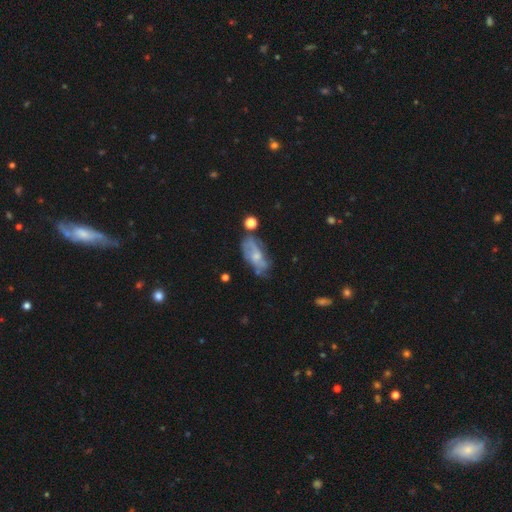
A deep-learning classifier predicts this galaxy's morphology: Smooth or featured?
  - featured or disk: 55% *
  - smooth: 36%
  - star or artifact: 9%
Edge-on disk?
  - no: 88% *
  - yes: 12%
Merging?
  - none: 49% *
  - minor disturbance: 28%
  - major disturbance: 15%
  - merger: 8%